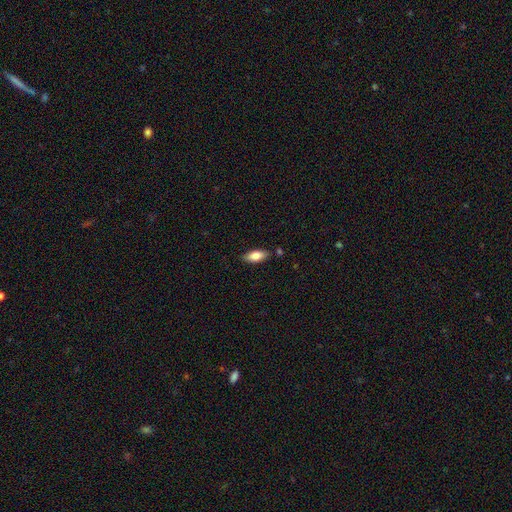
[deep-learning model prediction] This appears to be a smooth galaxy with no disk features (82%) that is in between round and cigar-shaped (84%). Merging: none (83%).